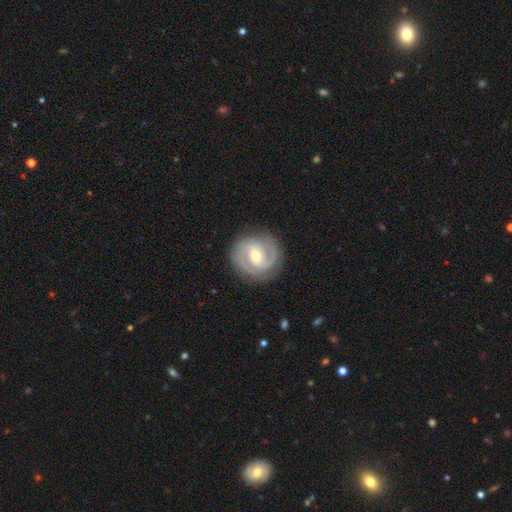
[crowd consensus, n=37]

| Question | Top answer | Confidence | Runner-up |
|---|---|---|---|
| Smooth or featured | featured or disk | 81% | smooth (11%) |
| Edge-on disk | no | 100% | — |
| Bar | weak | 43% | no (37%) |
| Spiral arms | yes | 90% | no (10%) |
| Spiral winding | tight | 56% | medium (37%) |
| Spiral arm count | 2 | 93% | can't tell (7%) |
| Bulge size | moderate | 63% | small (33%) |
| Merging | none | 85% | minor disturbance (12%) |